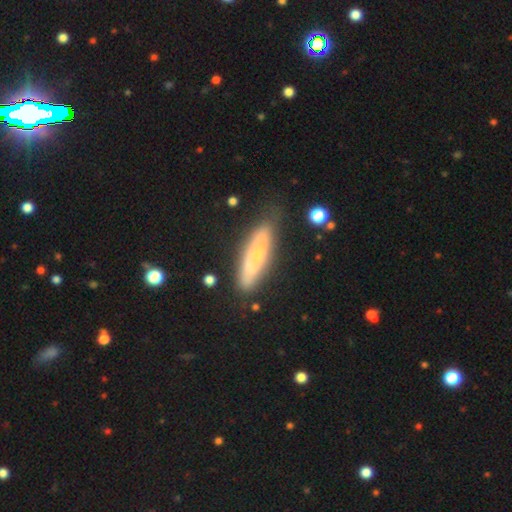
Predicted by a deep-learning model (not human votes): smooth-or-featured: smooth: 52% | featured or disk: 42% | star or artifact: 7%
  how-rounded: cigar-shaped: 71% | in between: 28% | round: 2%
  merging: none: 74% | minor disturbance: 18% | major disturbance: 5% | merger: 3%